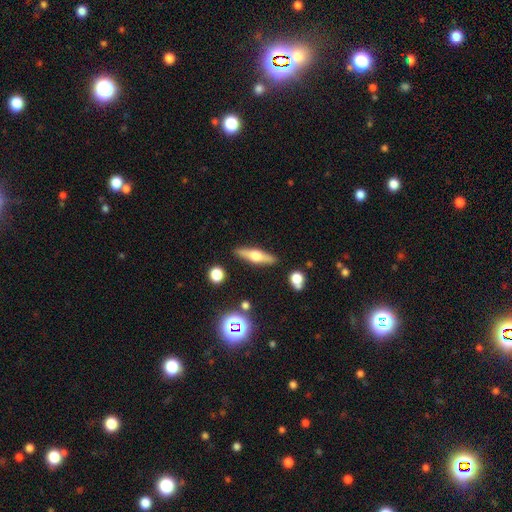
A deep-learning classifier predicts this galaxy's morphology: Smooth or featured? featured or disk (58%)
Edge-on disk? yes (94%)
Edge-on bulge? rounded (93%)
Merging? none (88%)